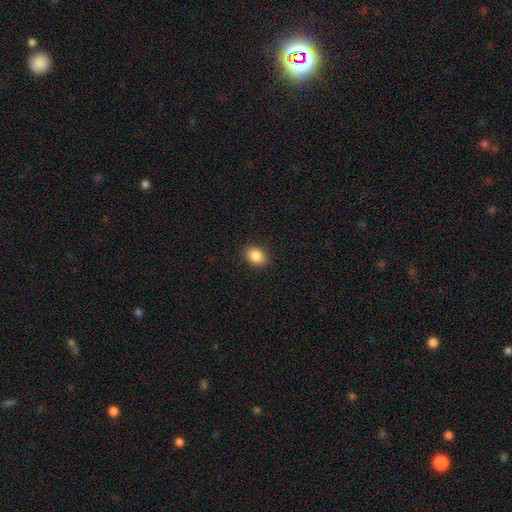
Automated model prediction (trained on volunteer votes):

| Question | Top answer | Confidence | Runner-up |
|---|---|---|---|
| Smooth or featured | smooth | 88% | star or artifact (8%) |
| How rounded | in between | 72% | round (26%) |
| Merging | none | 90% | minor disturbance (7%) |